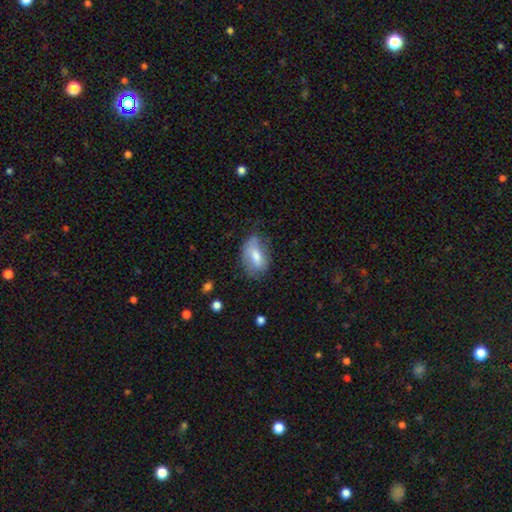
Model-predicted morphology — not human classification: Smooth or featured?
  - smooth: 66% *
  - featured or disk: 27%
  - star or artifact: 7%
How rounded?
  - in between: 88% *
  - round: 9%
  - cigar-shaped: 3%
Merging?
  - none: 58% *
  - minor disturbance: 30%
  - major disturbance: 10%
  - merger: 2%